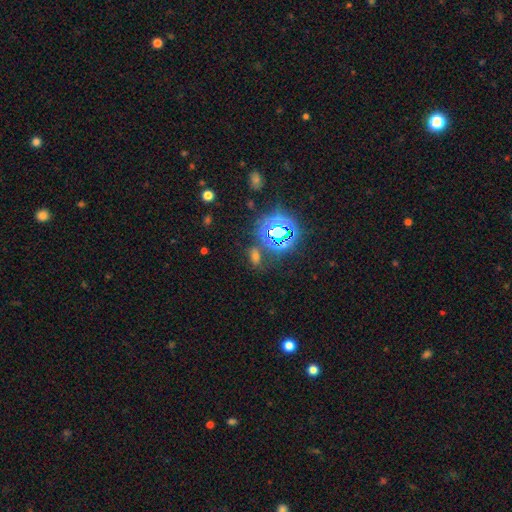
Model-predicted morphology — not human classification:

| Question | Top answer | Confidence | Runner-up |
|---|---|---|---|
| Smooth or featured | star or artifact | 47% | smooth (43%) |